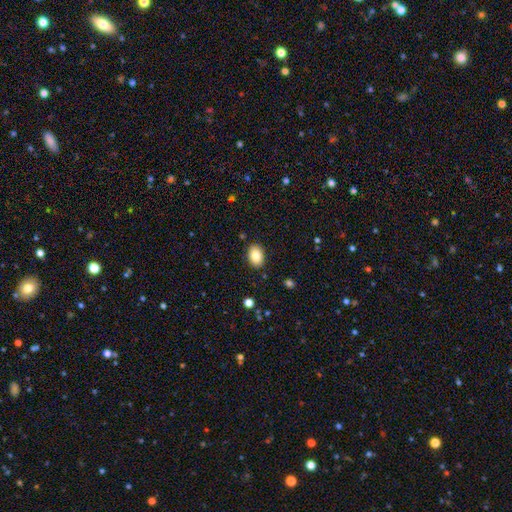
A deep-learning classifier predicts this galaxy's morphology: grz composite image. It shows a smooth galaxy with no disk features (85%) that is in between round and cigar-shaped (84%). Merging: none (88%).